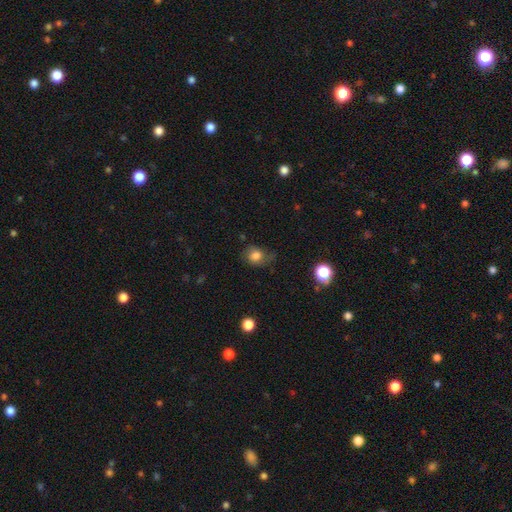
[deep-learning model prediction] smooth_or_featured: smooth (p=0.77) [alt: featured or disk p=0.13]
how_rounded: round (p=0.60) [alt: in between p=0.38]
merging: none (p=0.52) [alt: minor disturbance p=0.30]